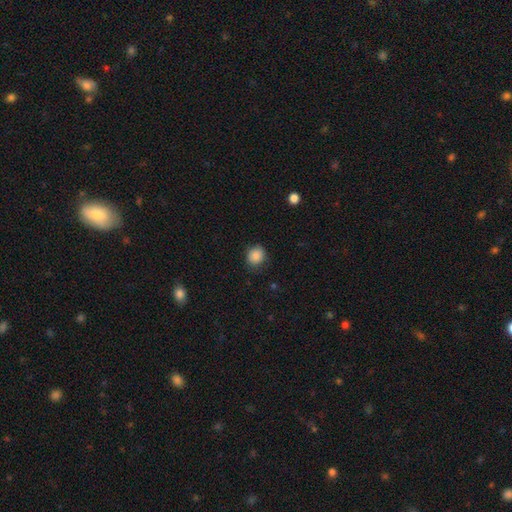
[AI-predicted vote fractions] Q: Smooth or featured?
A: smooth (87%); runner-up: star or artifact (9%)
Q: How rounded?
A: round (71%); runner-up: in between (28%)
Q: Merging?
A: none (81%); runner-up: minor disturbance (14%)